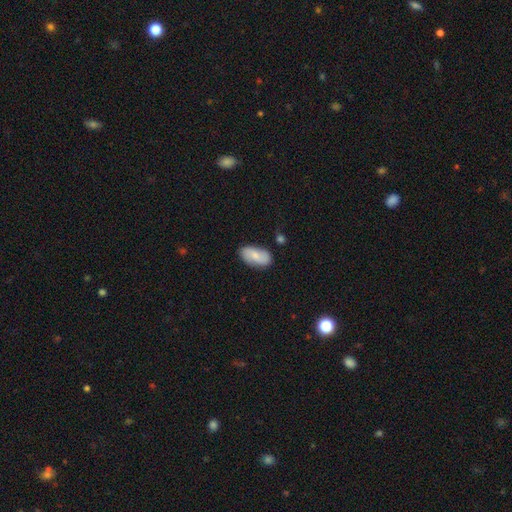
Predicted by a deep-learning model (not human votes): Morphology: type=smooth (68%); roundness=in between (93%); merging=none (77%).